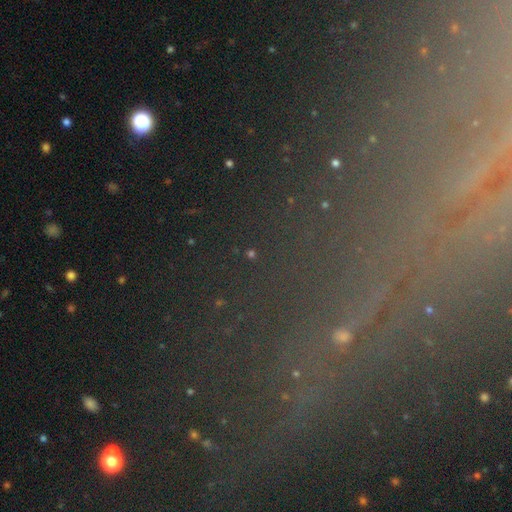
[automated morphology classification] Smooth or featured: star or artifact — 70% (smooth — 15%)